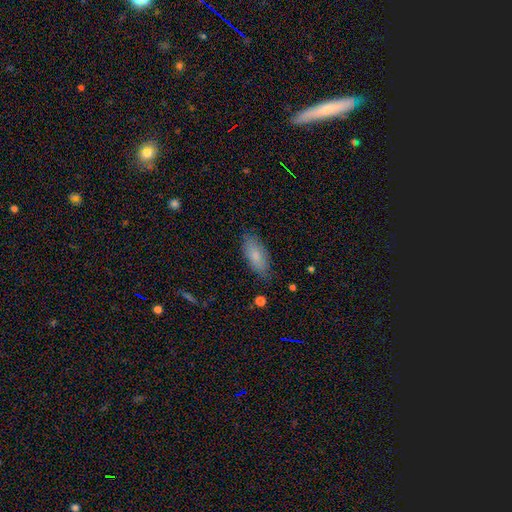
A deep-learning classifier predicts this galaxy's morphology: A smooth galaxy with no disk features (80%) that is in between round and cigar-shaped (82%). Merging: none (81%).